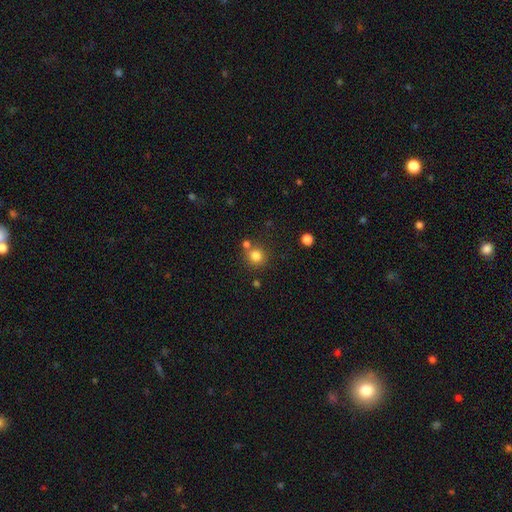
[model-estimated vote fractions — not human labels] Overall: smooth (81%). How rounded: round (90%). Merging: none (70%).